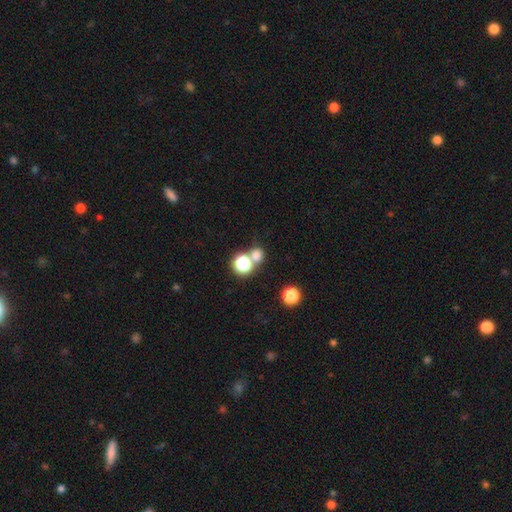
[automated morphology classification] Q: Smooth or featured?
A: smooth (71%); runner-up: star or artifact (22%)
Q: How rounded?
A: round (77%); runner-up: in between (21%)
Q: Merging?
A: none (54%); runner-up: merger (35%)